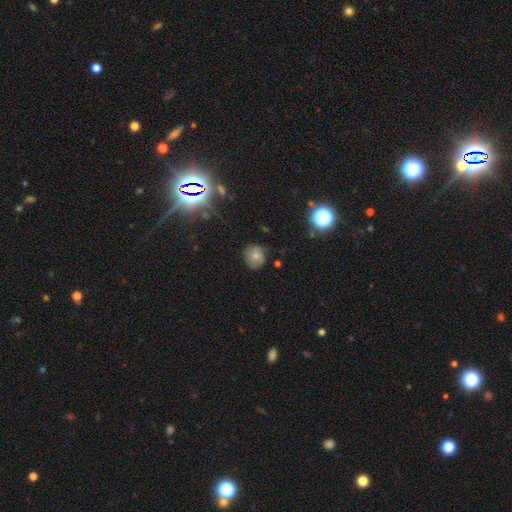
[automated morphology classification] Smooth or featured? Predicted: smooth (p=0.53). How rounded? Predicted: round (p=0.73). Merging? Predicted: none (p=0.65).